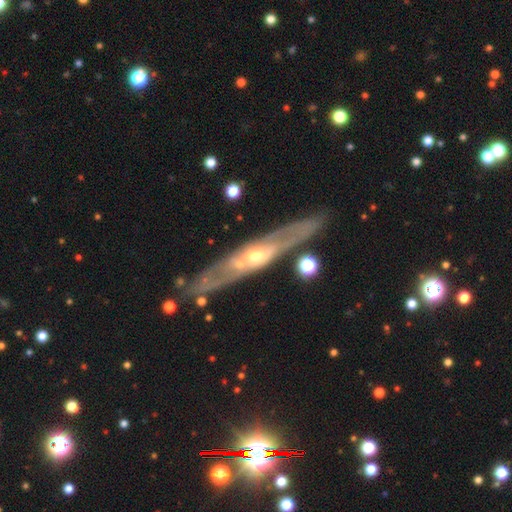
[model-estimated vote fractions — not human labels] The model was most divided on "edge-on disk": yes: 56%, no: 44%. More confident: merging — none (79%); smooth or featured — featured or disk (78%).